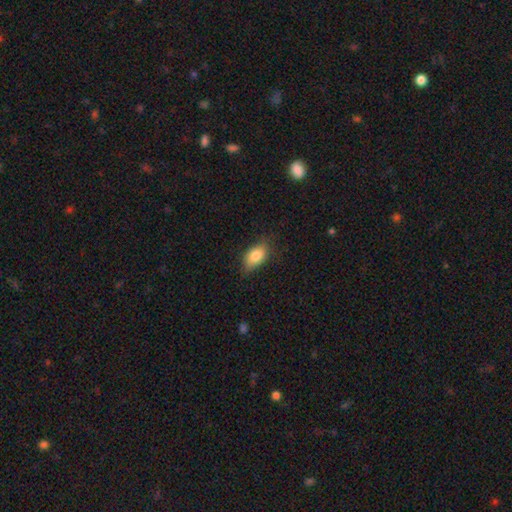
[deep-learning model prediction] Morphology: type=smooth (83%); roundness=in between (89%); merging=none (75%).